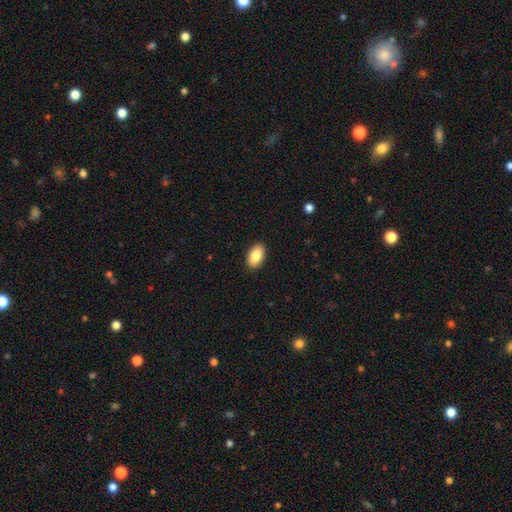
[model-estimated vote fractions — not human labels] Q: Smooth or featured?
A: smooth (86%); runner-up: featured or disk (7%)
Q: How rounded?
A: in between (94%); runner-up: round (4%)
Q: Merging?
A: none (90%); runner-up: minor disturbance (7%)